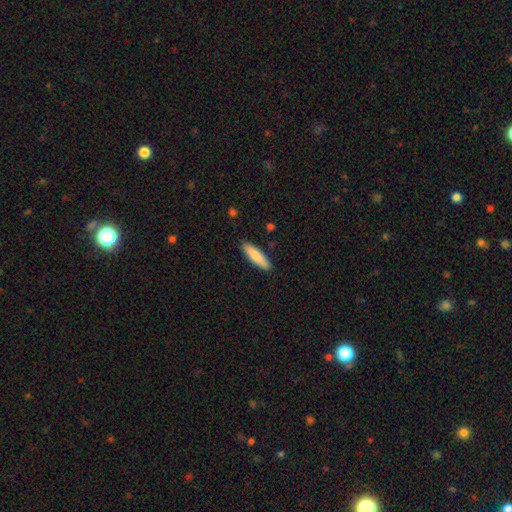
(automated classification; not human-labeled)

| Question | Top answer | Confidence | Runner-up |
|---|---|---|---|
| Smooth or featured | smooth | 84% | featured or disk (10%) |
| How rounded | cigar-shaped | 73% | in between (25%) |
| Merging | none | 89% | minor disturbance (8%) |